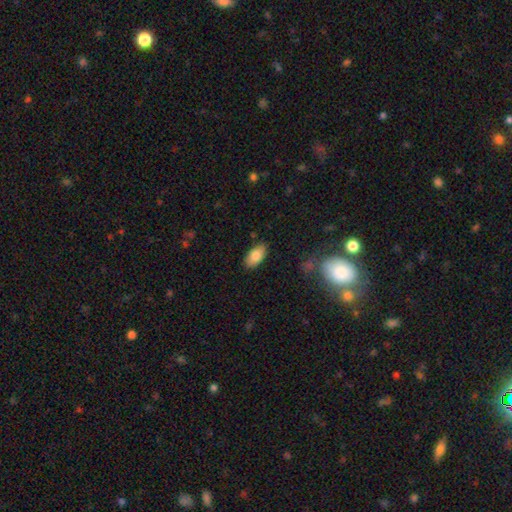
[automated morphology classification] Smooth or featured? Predicted: smooth (p=0.82). How rounded? Predicted: in between (p=0.94). Merging? Predicted: none (p=0.86).